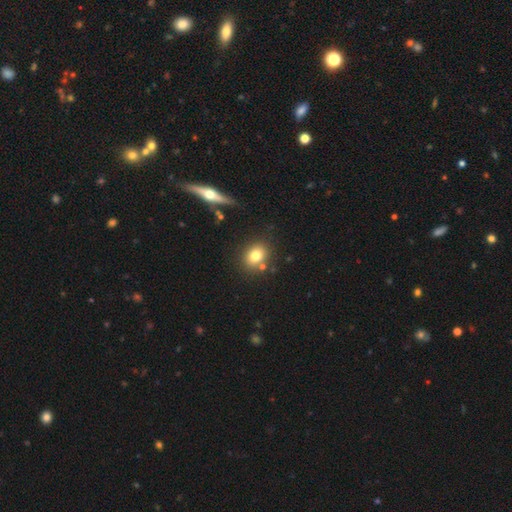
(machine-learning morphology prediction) Smooth or featured: smooth — 78% (star or artifact — 11%)
How rounded: round — 54% (in between — 44%)
Merging: none — 78% (minor disturbance — 10%)